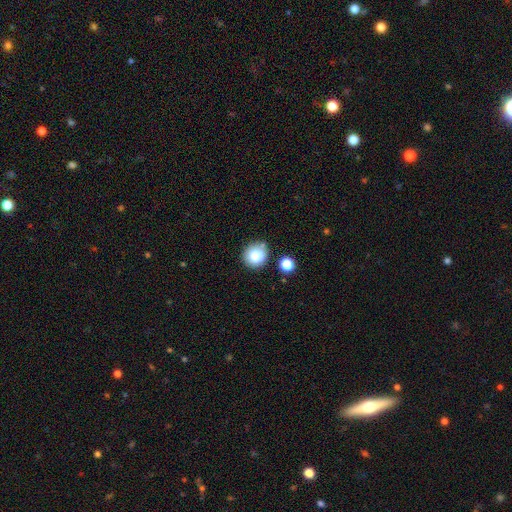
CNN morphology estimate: Q: Smooth or featured?
A: smooth (82%); runner-up: star or artifact (10%)
Q: How rounded?
A: round (88%); runner-up: in between (11%)
Q: Merging?
A: none (75%); runner-up: minor disturbance (13%)